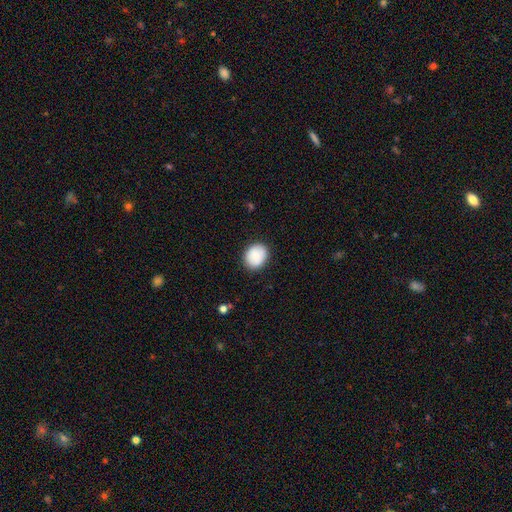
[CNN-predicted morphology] The model was most divided on "how rounded": round: 66%, in between: 33%, cigar-shaped: 1%. More confident: merging — none (86%); smooth or featured — smooth (86%).